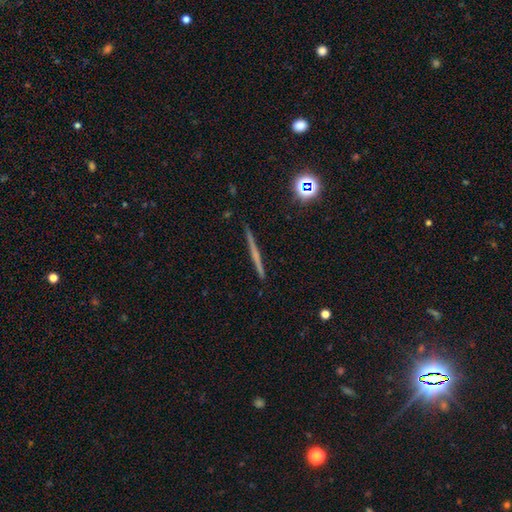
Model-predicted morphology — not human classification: A featured or disk galaxy (54%) viewed edge-on (97%) with no central bulge (79%).

Vote fractions:
- Smooth or featured? featured or disk: 54% / smooth: 34% / star or artifact: 12%
- Edge-on disk? yes: 97% / no: 3%
- Edge-on bulge? none: 79% / rounded: 16% / boxy: 5%
- Merging? none: 91% / minor disturbance: 6% / major disturbance: 1% / merger: 1%